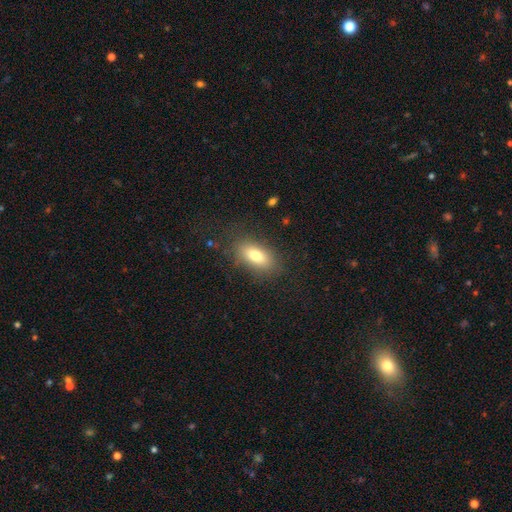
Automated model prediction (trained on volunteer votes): A smooth galaxy with no disk features (77%) that is in between round and cigar-shaped (87%). Merging: none (81%).